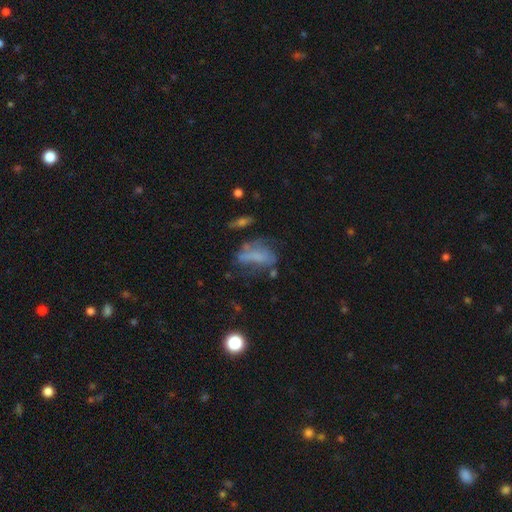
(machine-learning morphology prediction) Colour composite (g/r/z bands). It shows a smooth galaxy with no disk features (47%). Merging: none (33%).